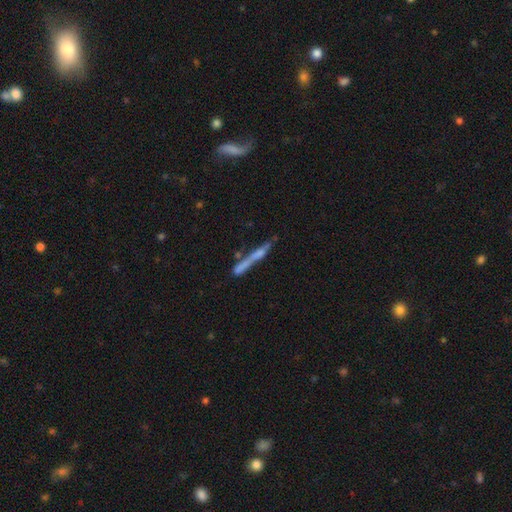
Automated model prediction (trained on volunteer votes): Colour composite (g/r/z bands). It shows a featured or disk galaxy (55%) viewed edge-on (87%). Merging: none (65%).